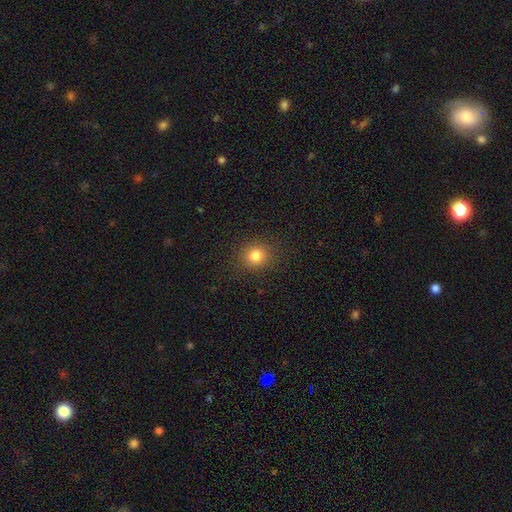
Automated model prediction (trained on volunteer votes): smooth 80%, star or artifact 13%, featured or disk 6%. Down the decision tree: how rounded — round (84%); merging — none (89%).